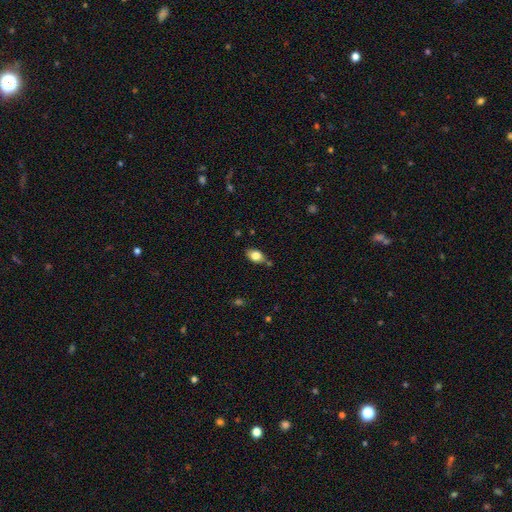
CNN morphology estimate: type=smooth (80%); roundness=in between (87%); merging=none (75%).